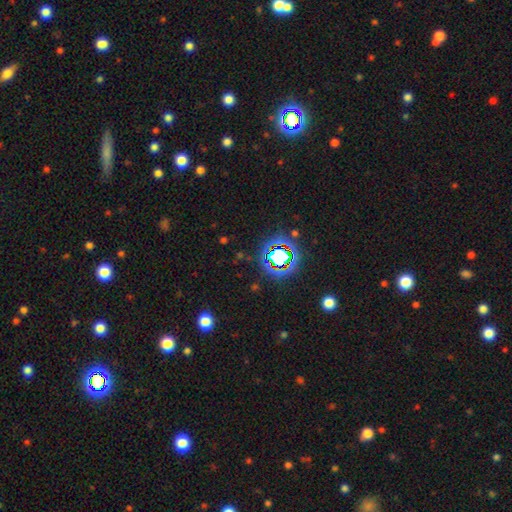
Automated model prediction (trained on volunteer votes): smooth_or_featured: star or artifact (p=0.80) [alt: smooth p=0.12]